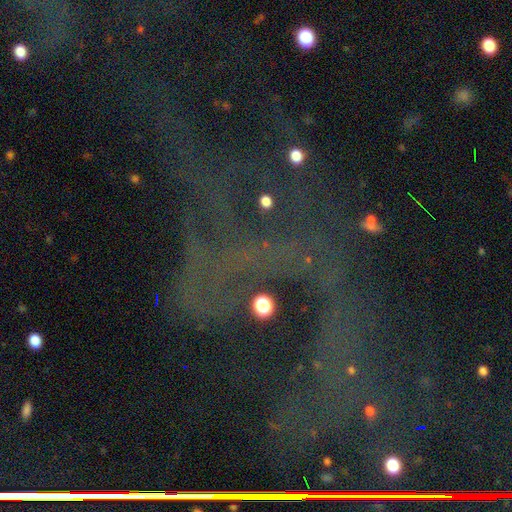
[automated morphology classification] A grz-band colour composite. It shows a star or artifact, not a galaxy (61%).